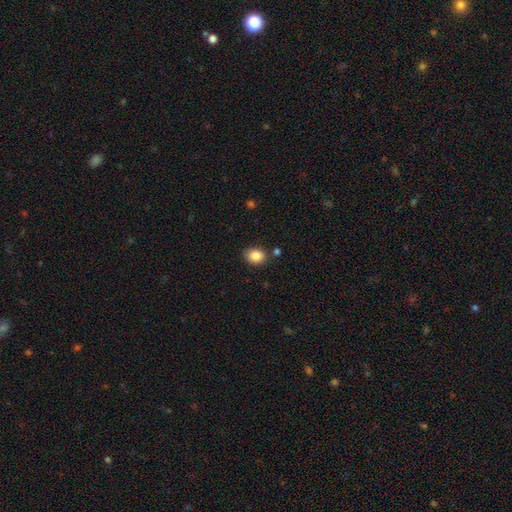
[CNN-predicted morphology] This appears to be a smooth galaxy with no disk features (87%) that is in between round and cigar-shaped (57%). Merging: none (80%).